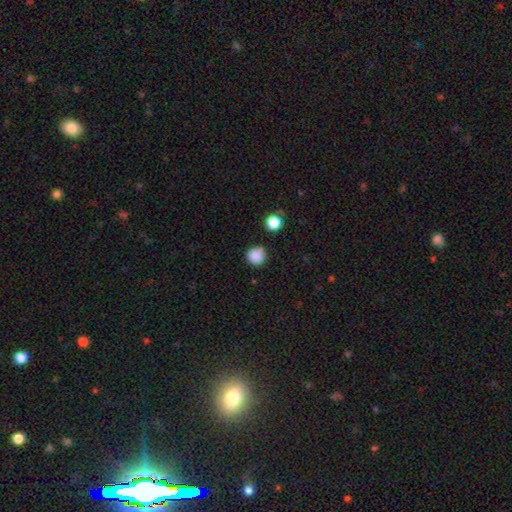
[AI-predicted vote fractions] A smooth galaxy with no disk features (85%) that is round (92%). Merging: none (77%).